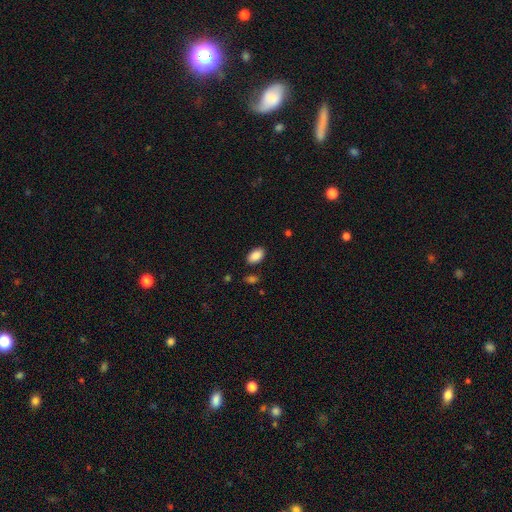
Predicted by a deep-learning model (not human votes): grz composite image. It shows a smooth galaxy with no disk features (89%) that is in between round and cigar-shaped (94%). Merging: none (85%).